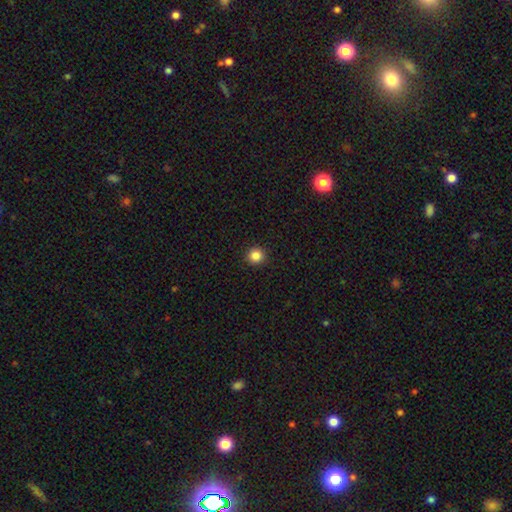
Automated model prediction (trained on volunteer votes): This is clearly a smooth galaxy (85%). How rounded: clearly round (95%). Merging: clearly none (93%).